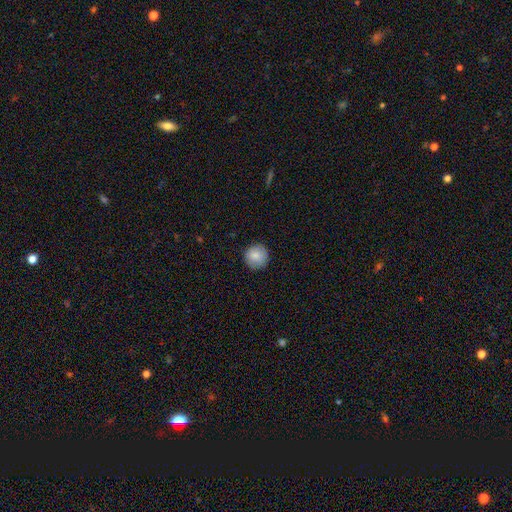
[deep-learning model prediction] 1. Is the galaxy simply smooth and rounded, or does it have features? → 85% smooth, 8% star or artifact, 7% featured or disk.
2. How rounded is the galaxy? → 94% round, 5% in between, 1% cigar-shaped.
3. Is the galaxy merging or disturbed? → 88% none, 9% minor disturbance, 2% major disturbance, 1% merger.